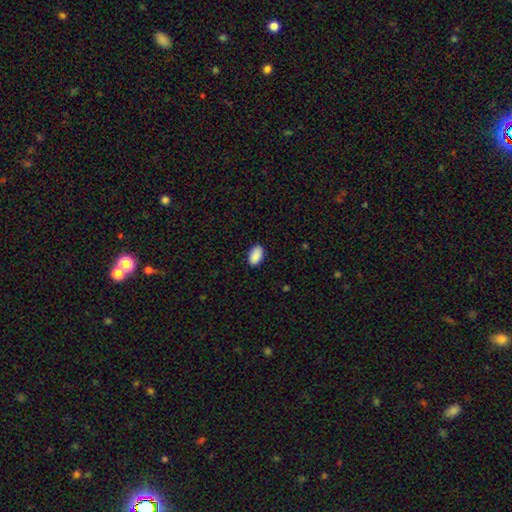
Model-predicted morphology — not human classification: This appears to be a smooth galaxy with no disk features (90%) that is in between round and cigar-shaped (94%). Merging: none (87%).